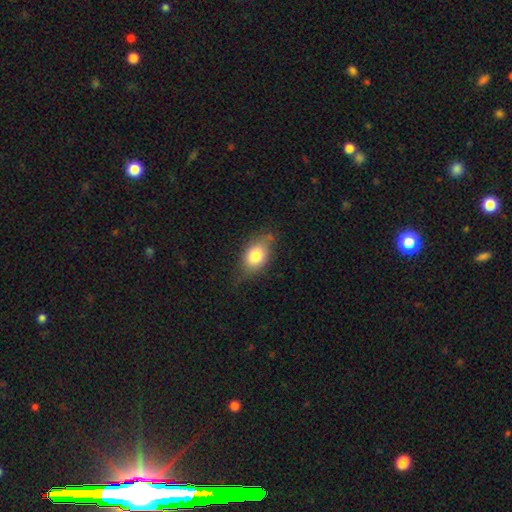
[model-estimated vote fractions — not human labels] A smooth galaxy with no disk features (76%) that is in between round and cigar-shaped (80%).

Vote fractions:
- Smooth or featured? smooth: 76% / featured or disk: 16% / star or artifact: 8%
- How rounded? in between: 80% / round: 17% / cigar-shaped: 3%
- Merging? none: 61% / minor disturbance: 29% / major disturbance: 7% / merger: 2%